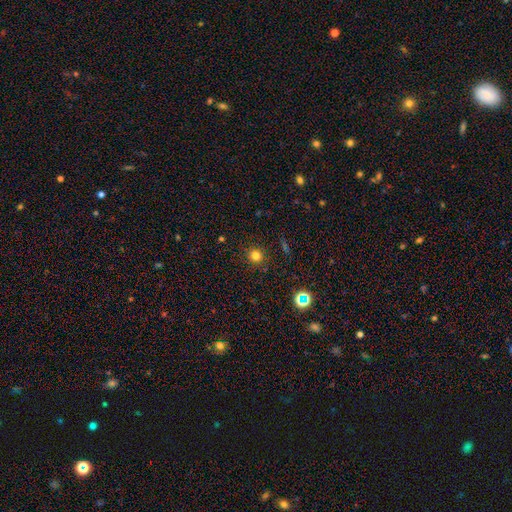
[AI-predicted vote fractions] Smooth or featured? smooth (78%)
How rounded? round (93%)
Merging? none (90%)